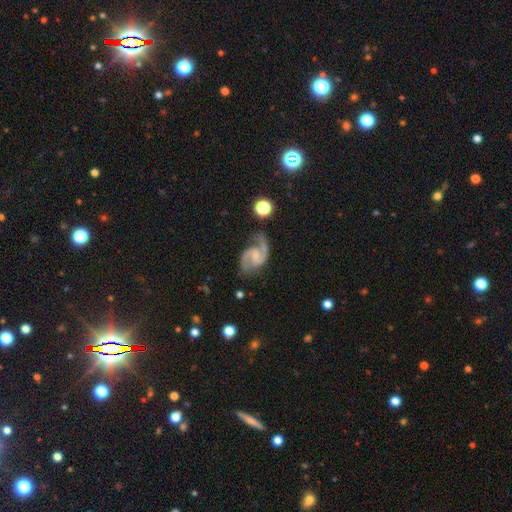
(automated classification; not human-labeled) Q: Smooth or featured?
A: featured or disk (92%); runner-up: star or artifact (4%)
Q: Edge-on disk?
A: no (98%); runner-up: yes (2%)
Q: Bar?
A: weak (47%); runner-up: no (40%)
Q: Spiral arms?
A: yes (98%); runner-up: no (2%)
Q: Spiral winding?
A: medium (64%); runner-up: tight (20%)
Q: Spiral arm count?
A: 2 (93%); runner-up: can't tell (2%)
Q: Bulge size?
A: small (58%); runner-up: moderate (26%)
Q: Merging?
A: none (72%); runner-up: minor disturbance (18%)